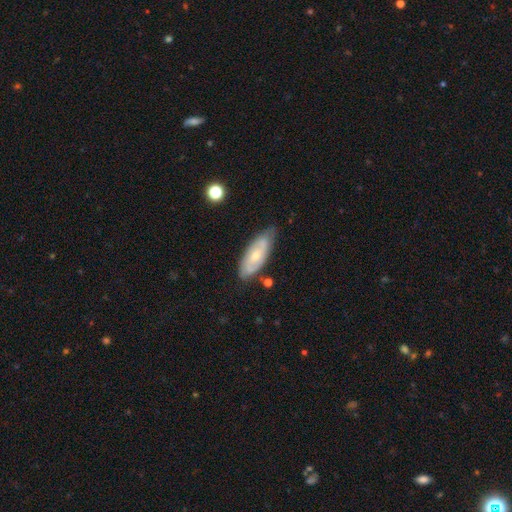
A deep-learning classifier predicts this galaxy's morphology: Smooth or featured? Predicted: featured or disk (p=0.55). Edge-on disk? Predicted: no (p=0.85). Merging? Predicted: none (p=0.69).